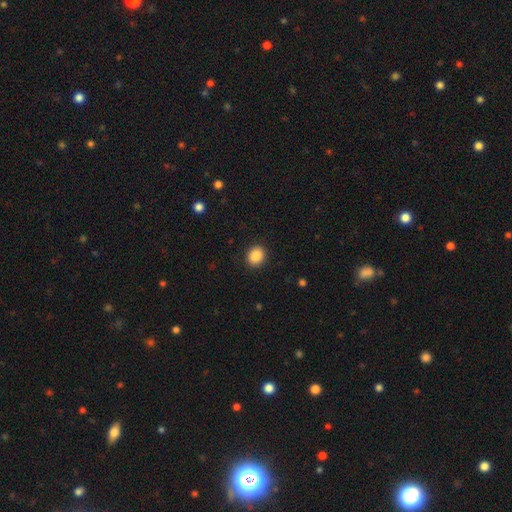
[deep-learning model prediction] smooth-or-featured: smooth: 88% | star or artifact: 9% | featured or disk: 3%
  how-rounded: round: 68% | in between: 32% | cigar-shaped: 1%
  merging: none: 90% | minor disturbance: 6% | major disturbance: 2% | merger: 1%